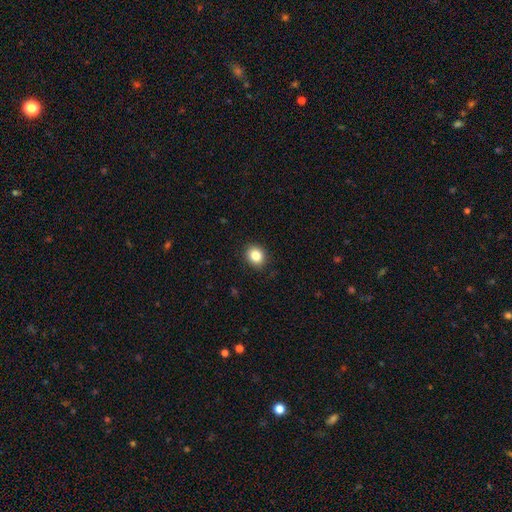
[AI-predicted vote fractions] This appears to be a smooth galaxy with no disk features (84%) that is round (68%). Merging: none (90%).